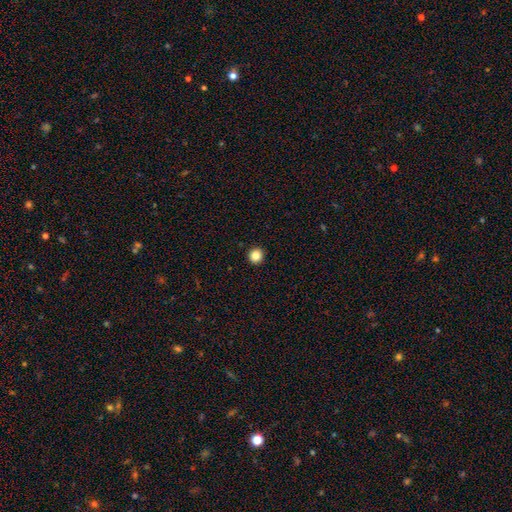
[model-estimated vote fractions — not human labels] Smooth or featured? smooth (86%)
How rounded? round (94%)
Merging? none (94%)